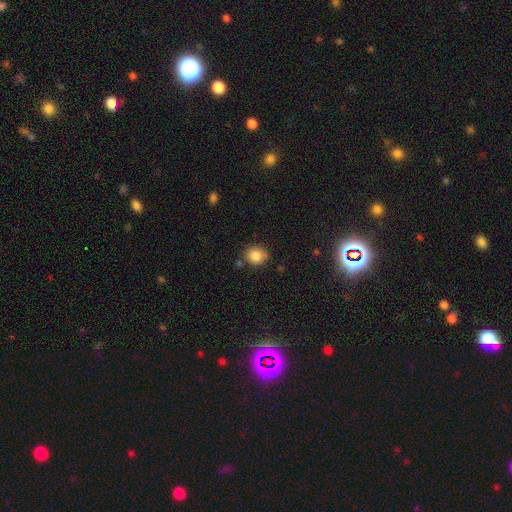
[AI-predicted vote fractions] smooth 84%, star or artifact 10%, featured or disk 6%. Down the decision tree: how rounded — round (77%); merging — none (74%).